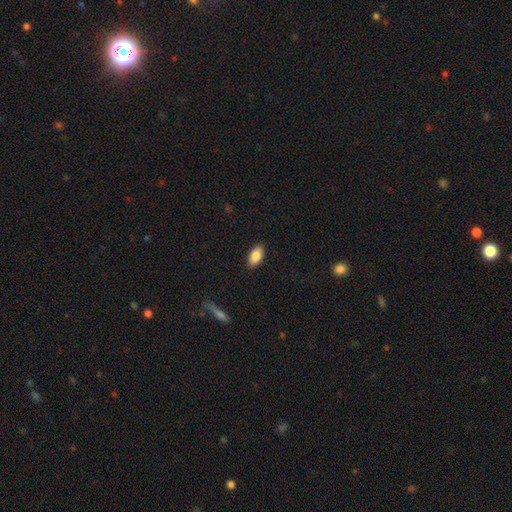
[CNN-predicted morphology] Smooth or featured?
  - smooth: 87% *
  - star or artifact: 7%
  - featured or disk: 7%
How rounded?
  - in between: 93% *
  - cigar-shaped: 5%
  - round: 3%
Merging?
  - none: 88% *
  - minor disturbance: 9%
  - major disturbance: 2%
  - merger: 1%